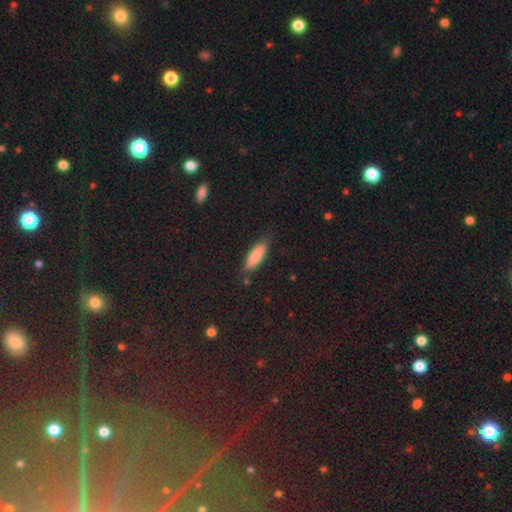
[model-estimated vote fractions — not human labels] Morphology: type=smooth (84%); roundness=in between (62%); merging=none (78%).